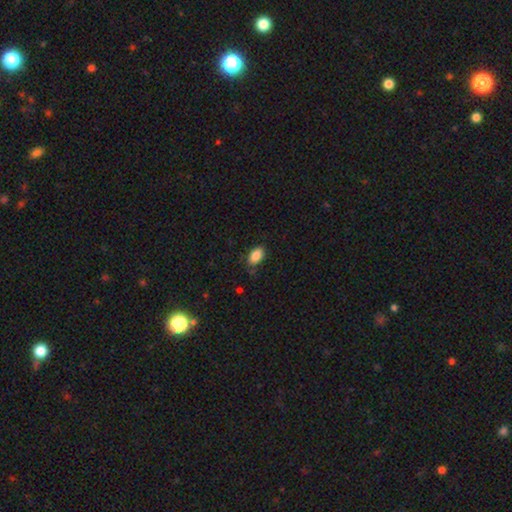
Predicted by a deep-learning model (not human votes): smooth 86%, star or artifact 8%, featured or disk 6%. Down the decision tree: how rounded — in between (92%); merging — none (79%).